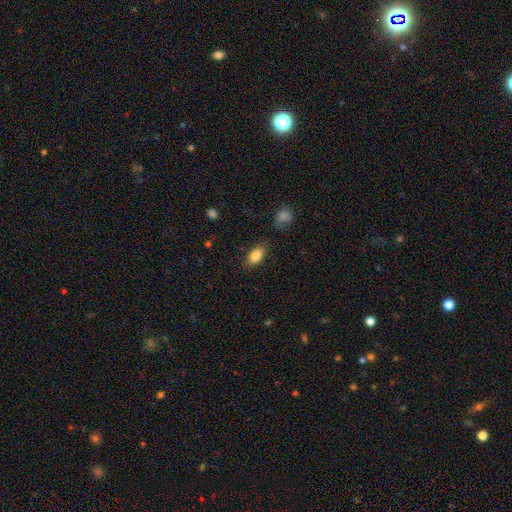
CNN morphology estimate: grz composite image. It shows a smooth galaxy with no disk features (84%) that is in between round and cigar-shaped (91%). Merging: none (82%).